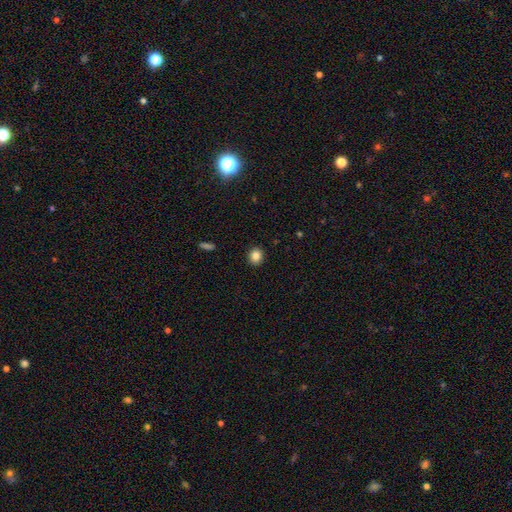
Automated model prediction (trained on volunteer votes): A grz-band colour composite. It shows a smooth galaxy with no disk features (85%) that is round (77%). Merging: none (91%).